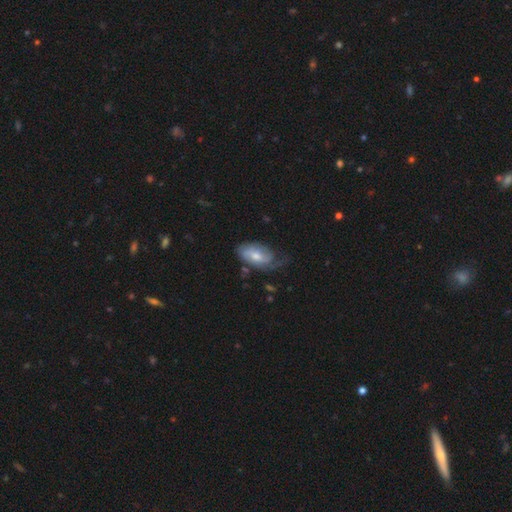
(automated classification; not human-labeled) smooth_or_featured: featured or disk (p=0.55) [alt: smooth p=0.39]
disk_edge_on: no (p=0.93) [alt: yes p=0.07]
bar: no (p=0.58) [alt: weak p=0.35]
has_spiral_arms: yes (p=0.82) [alt: no p=0.18]
bulge_size: moderate (p=0.59) [alt: small p=0.29]
merging: none (p=0.44) [alt: minor disturbance p=0.32]